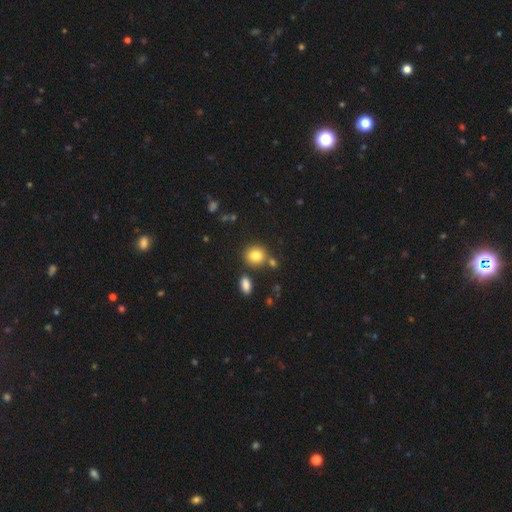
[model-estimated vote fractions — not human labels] Smooth or featured: smooth — 81% (star or artifact — 11%)
How rounded: round — 80% (in between — 19%)
Merging: none — 74% (merger — 13%)